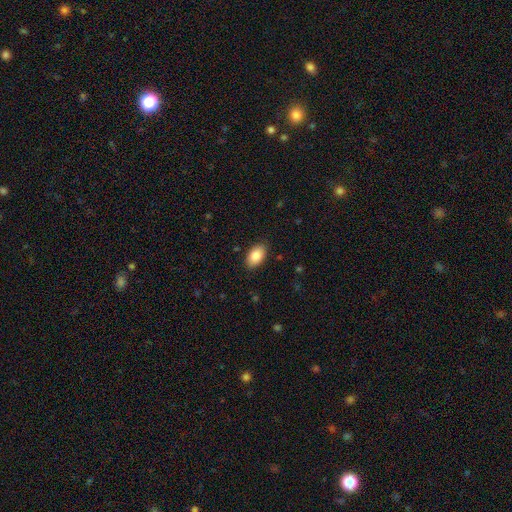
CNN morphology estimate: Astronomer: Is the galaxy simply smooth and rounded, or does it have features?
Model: smooth — 87%.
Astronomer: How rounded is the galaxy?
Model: in between — 93%.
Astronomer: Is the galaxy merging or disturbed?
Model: none — 88%.